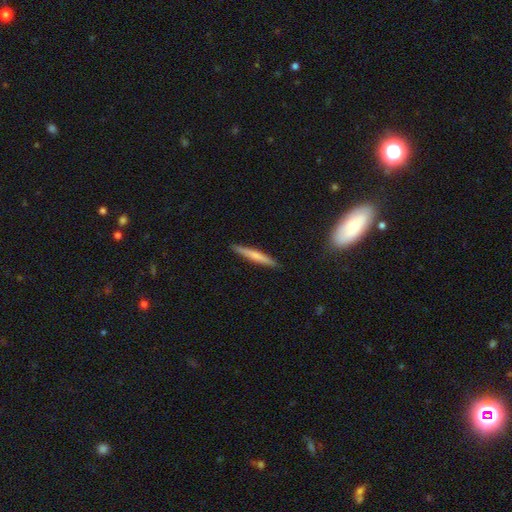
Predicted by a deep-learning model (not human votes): Q: Smooth or featured?
A: smooth (63%); runner-up: featured or disk (31%)
Q: How rounded?
A: cigar-shaped (96%); runner-up: in between (3%)
Q: Merging?
A: none (91%); runner-up: minor disturbance (7%)